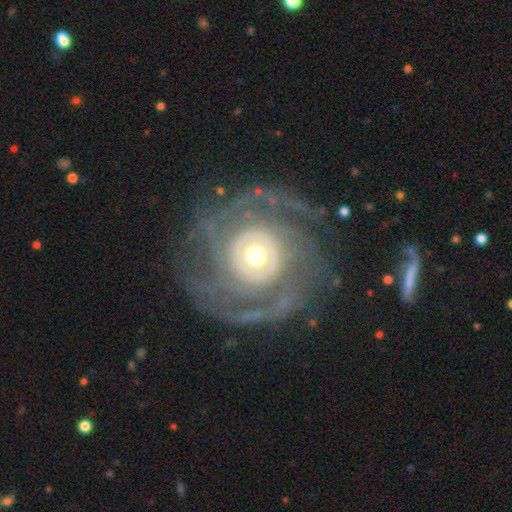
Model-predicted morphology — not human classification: This appears to be a featured or disk galaxy (87%) with no bar (76%), 2 (27%) tight (67%) spiral arms (92%) and a moderate central bulge (58%). Merging: none (73%).